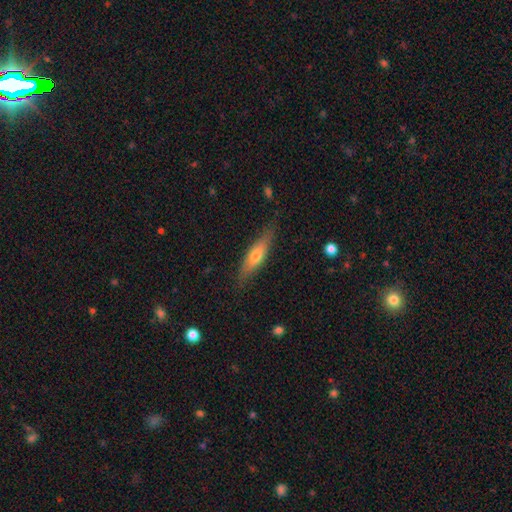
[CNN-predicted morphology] Smooth or featured? Predicted: smooth (p=0.55). How rounded? Predicted: cigar-shaped (p=0.69). Merging? Predicted: none (p=0.81).